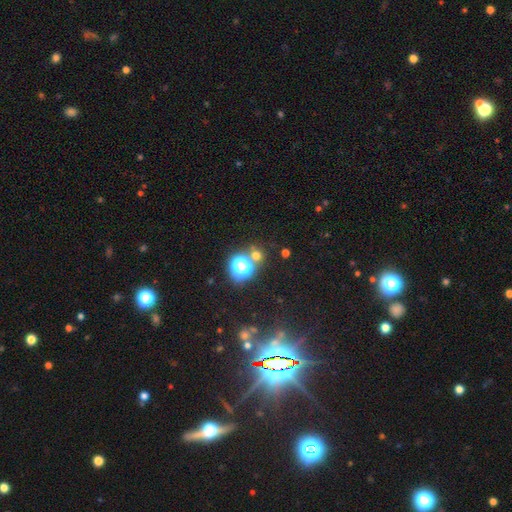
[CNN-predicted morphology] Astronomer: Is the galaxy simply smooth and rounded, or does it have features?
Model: smooth — 56% (runner-up: star or artifact, 37%).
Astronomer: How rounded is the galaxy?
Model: round — 88%.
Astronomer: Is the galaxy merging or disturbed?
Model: none — 71%.